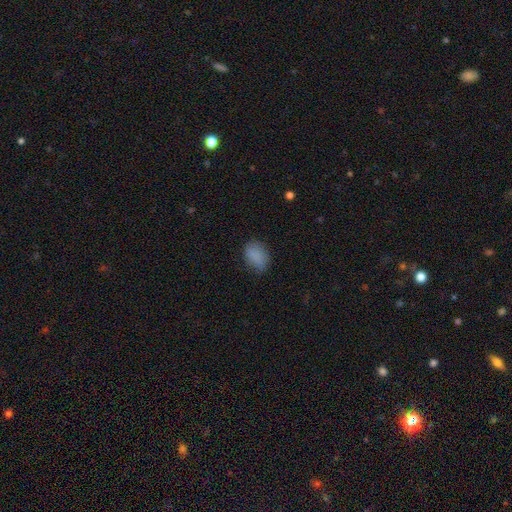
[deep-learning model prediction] Morphology: type=smooth (86%); roundness=in between (81%); merging=none (74%).